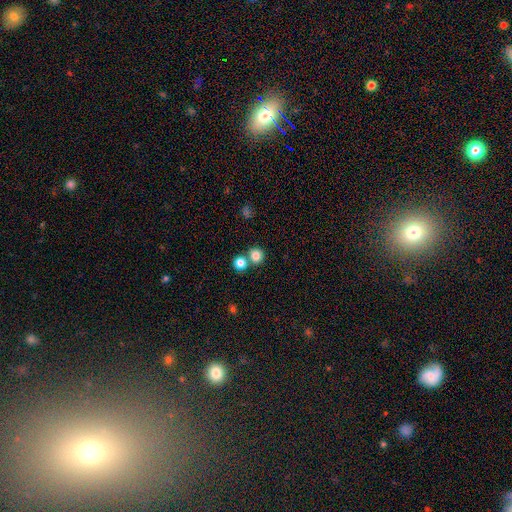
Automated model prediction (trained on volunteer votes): Smooth or featured? Predicted: smooth (p=0.82). How rounded? Predicted: round (p=0.91). Merging? Predicted: none (p=0.66).